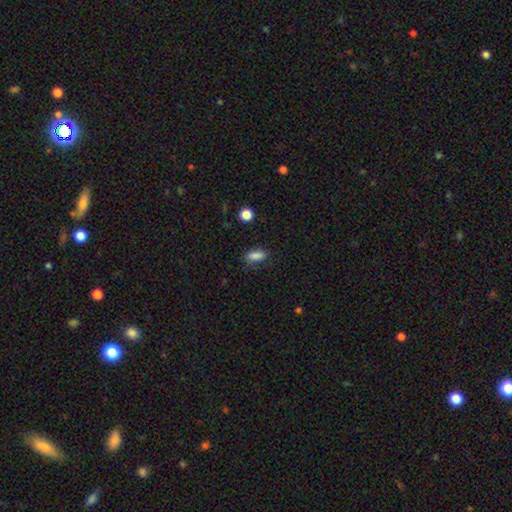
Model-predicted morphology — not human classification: This is clearly a smooth galaxy (85%). How rounded: clearly in between (82%). Merging: likely none (72%).